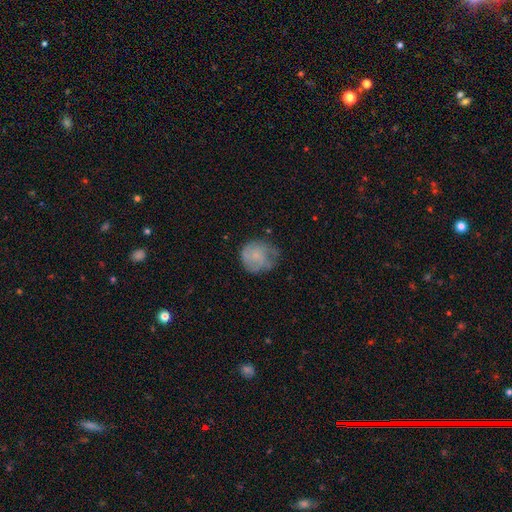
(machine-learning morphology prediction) smooth_or_featured: smooth (p=0.62) [alt: featured or disk p=0.30]
how_rounded: round (p=0.83) [alt: in between p=0.16]
merging: none (p=0.49) [alt: minor disturbance p=0.33]